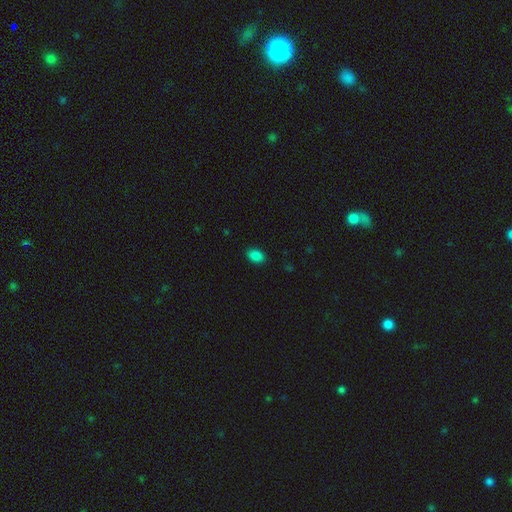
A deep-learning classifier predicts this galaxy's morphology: Smooth or featured? Predicted: smooth (p=0.87). How rounded? Predicted: in between (p=0.86). Merging? Predicted: none (p=0.89).